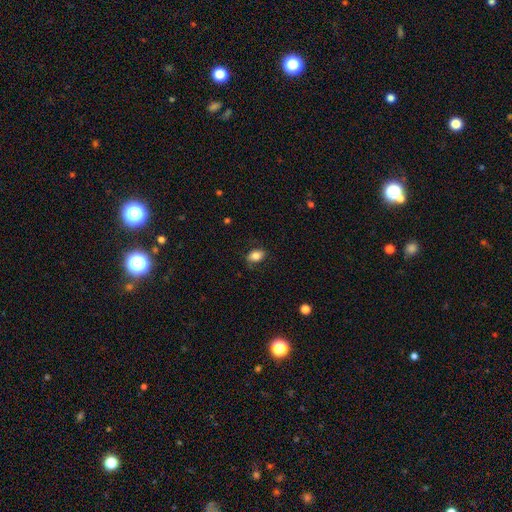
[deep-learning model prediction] Q: Smooth or featured?
A: smooth (82%); runner-up: featured or disk (10%)
Q: How rounded?
A: in between (84%); runner-up: round (14%)
Q: Merging?
A: none (79%); runner-up: minor disturbance (16%)